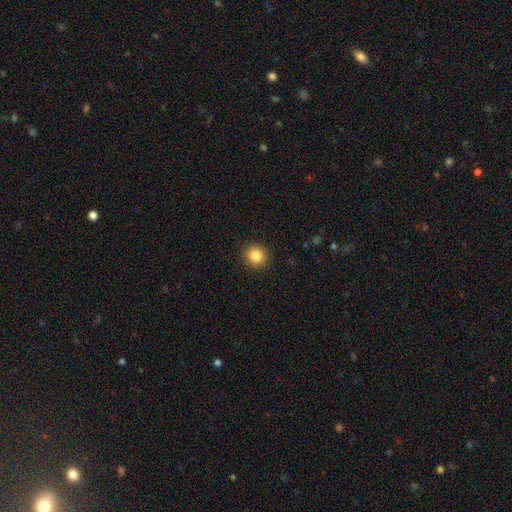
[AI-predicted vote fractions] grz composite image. It shows a smooth galaxy with no disk features (85%) that is round (89%). Merging: none (92%).